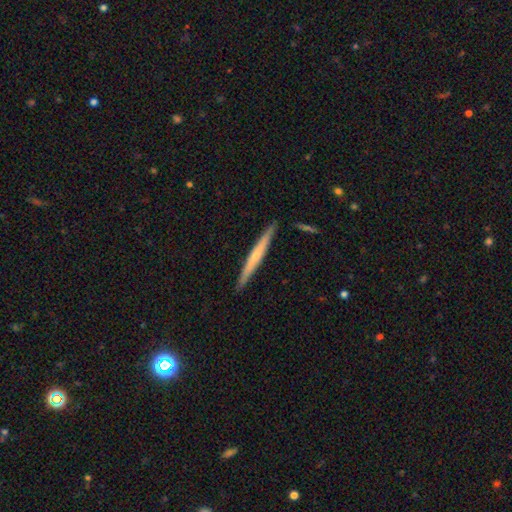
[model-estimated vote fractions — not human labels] Overall: featured or disk (57%; smooth 37%). Edge-on disk: yes (97%). Edge-on bulge: rounded (52%; none 44%). Merging: none (90%).